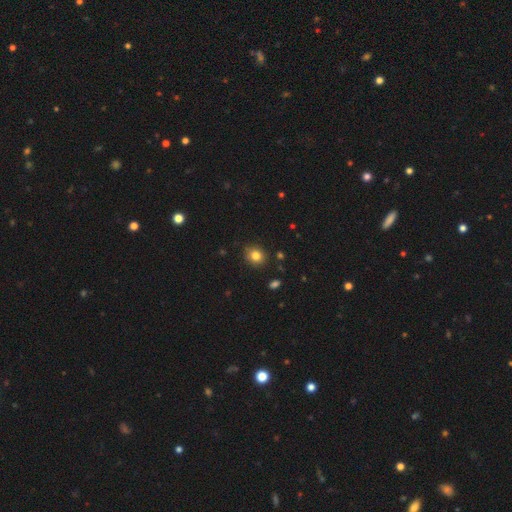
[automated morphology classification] Smooth or featured? smooth (82%)
How rounded? round (77%)
Merging? none (87%)